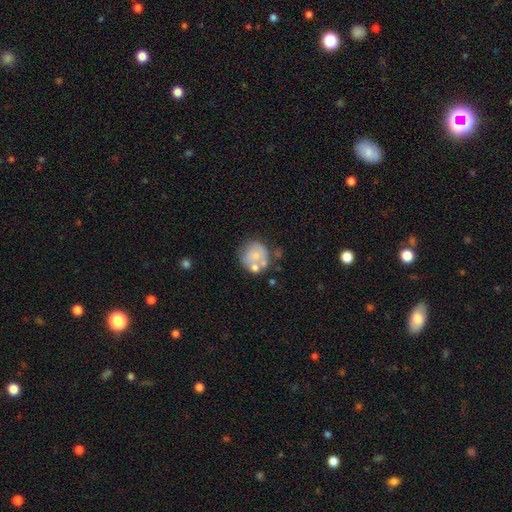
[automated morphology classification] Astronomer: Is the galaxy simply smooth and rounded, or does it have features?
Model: smooth — 59%.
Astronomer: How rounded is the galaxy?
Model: round — 85%.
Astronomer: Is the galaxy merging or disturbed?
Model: none — 49%.